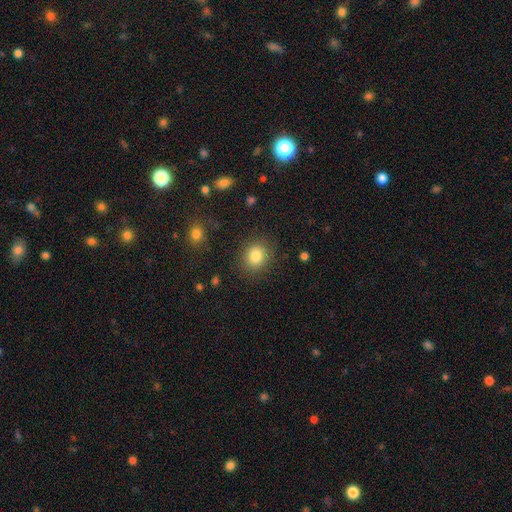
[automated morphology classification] This is clearly a smooth galaxy (83%). How rounded: likely round (71%). Merging: clearly none (86%).